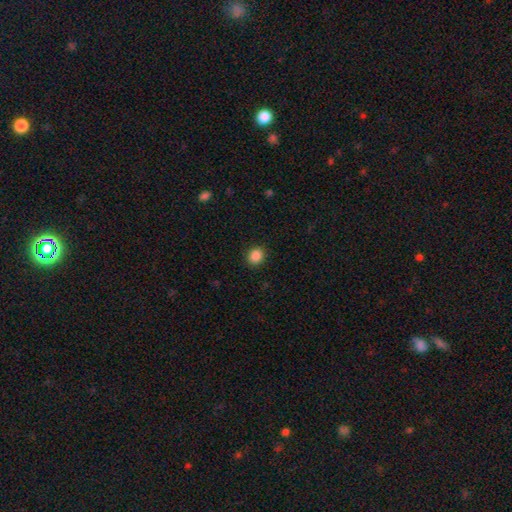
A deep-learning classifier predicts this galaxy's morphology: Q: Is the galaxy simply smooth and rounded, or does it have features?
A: smooth — 87%.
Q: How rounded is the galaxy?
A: round — 79%.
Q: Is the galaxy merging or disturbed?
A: none — 90%.